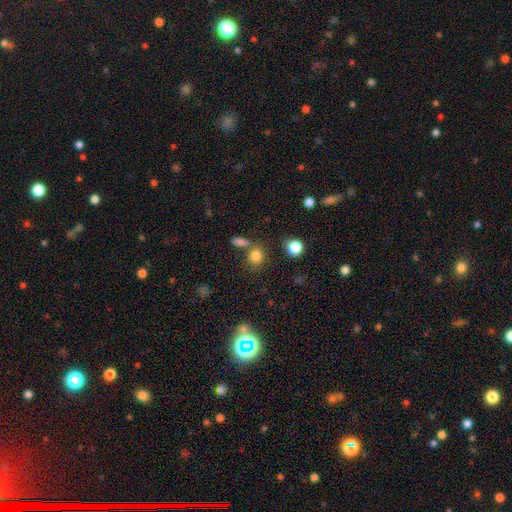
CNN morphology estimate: Smooth or featured? smooth (81%)
How rounded? round (64%)
Merging? none (63%)